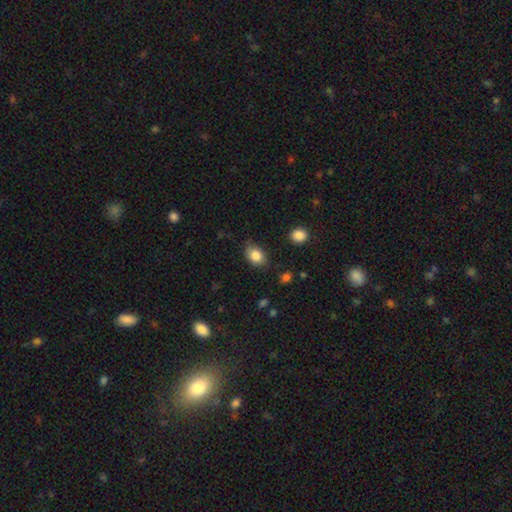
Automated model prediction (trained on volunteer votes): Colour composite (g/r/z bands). It shows a smooth galaxy with no disk features (84%) that is in between round and cigar-shaped (76%). Merging: none (72%).